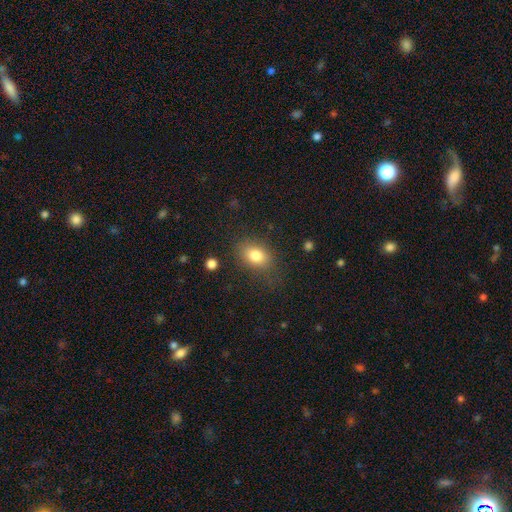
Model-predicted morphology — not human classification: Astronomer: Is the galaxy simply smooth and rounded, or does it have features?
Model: smooth — 80%.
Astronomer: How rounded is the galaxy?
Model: in between — 76%.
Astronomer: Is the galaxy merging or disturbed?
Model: none — 76%.